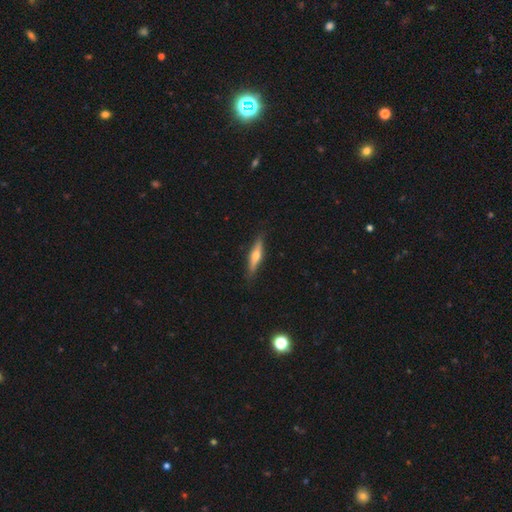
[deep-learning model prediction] The model was most divided on "smooth or featured": featured or disk: 54%, smooth: 40%, star or artifact: 6%. More confident: edge-on disk — yes (95%); edge-on bulge — rounded (90%); merging — none (88%).